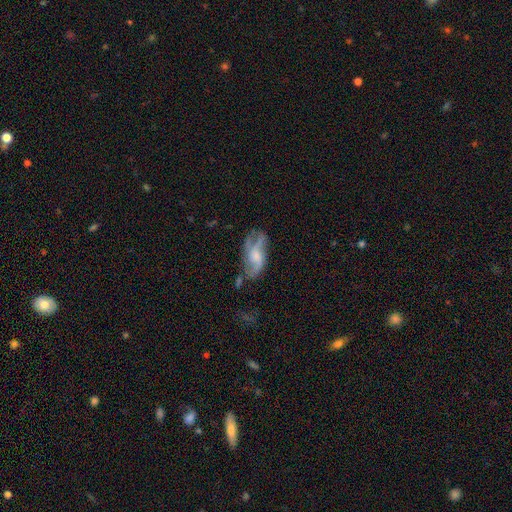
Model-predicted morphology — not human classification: featured or disk 70%, smooth 22%, star or artifact 8%. Down the decision tree: edge-on disk — no (94%); bar — no (58%); spiral arms — yes (85%); spiral arm count — 2 (50%); spiral winding — loose (53%); bulge size — small (37%); merging — none (51%).